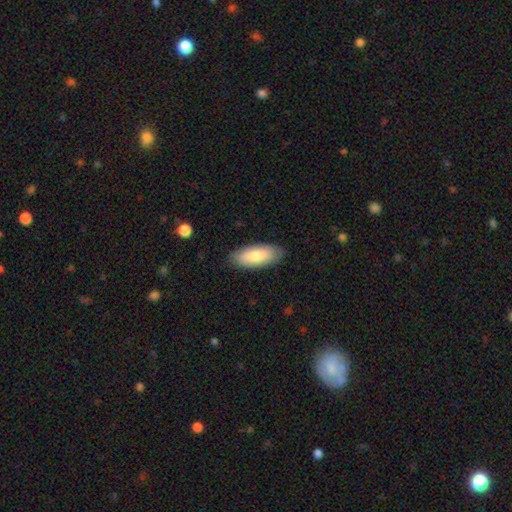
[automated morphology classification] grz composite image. It shows a smooth galaxy with no disk features (77%) that is in between round and cigar-shaped (83%). Merging: none (85%).